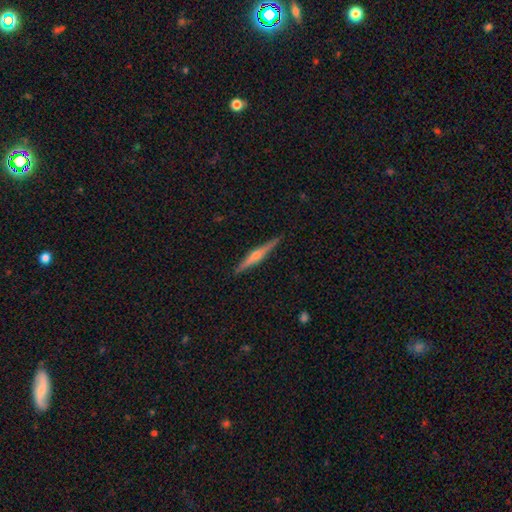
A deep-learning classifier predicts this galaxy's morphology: This appears to be a featured or disk galaxy (71%) viewed edge-on (98%) with a rounded central bulge (81%). Merging: none (91%).